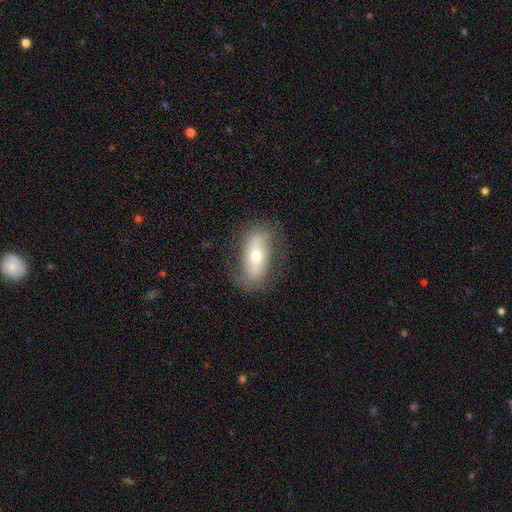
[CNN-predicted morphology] A featured or disk galaxy (49%). Merging: none (77%).